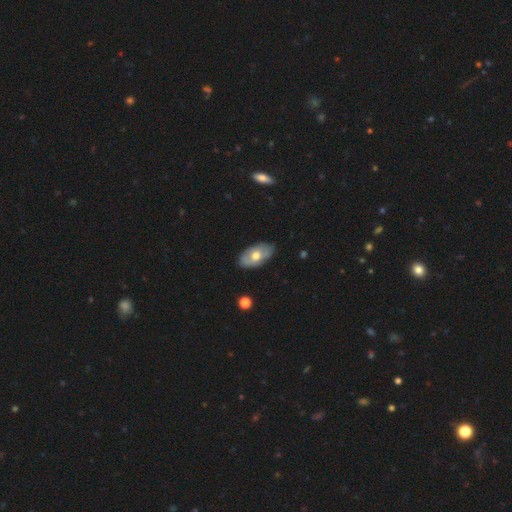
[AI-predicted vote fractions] smooth 53%, featured or disk 40%, star or artifact 6%. Down the decision tree: how rounded — in between (93%); merging — none (80%).